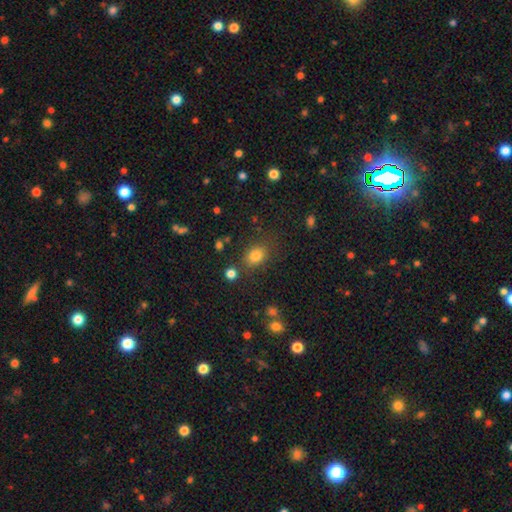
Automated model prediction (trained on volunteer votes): This is likely a smooth galaxy (79%). How rounded: likely in between (61%). Merging: likely none (77%).